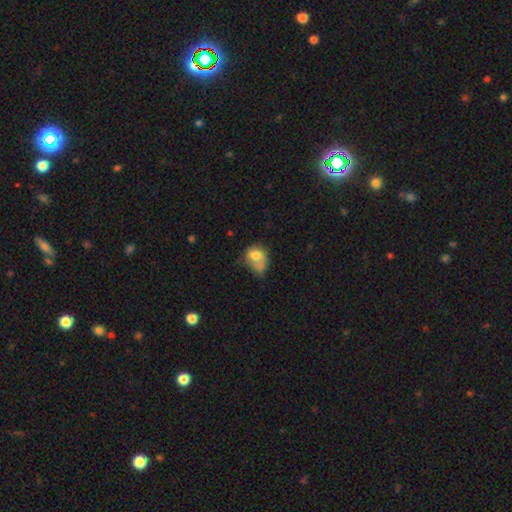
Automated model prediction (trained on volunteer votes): The model was most divided on "merging": minor disturbance: 28%, none: 26%, major disturbance: 24%, merger: 22%. More confident: smooth or featured — smooth (72%); how rounded — in between (55%).